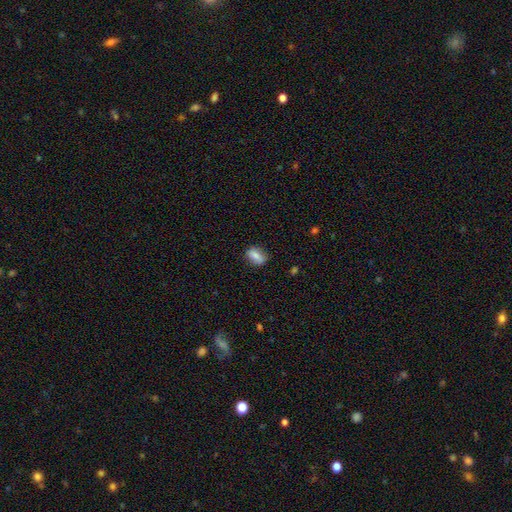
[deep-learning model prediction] Smooth or featured? Predicted: smooth (p=0.78). How rounded? Predicted: in between (p=0.76). Merging? Predicted: none (p=0.82).